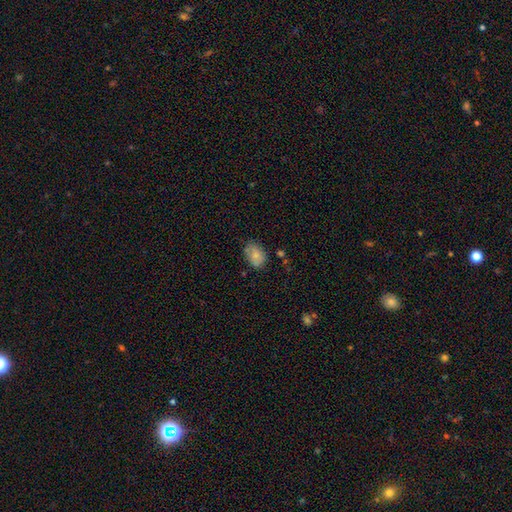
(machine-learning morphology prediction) Overall: smooth (78%). How rounded: in between (82%). Merging: none (66%).